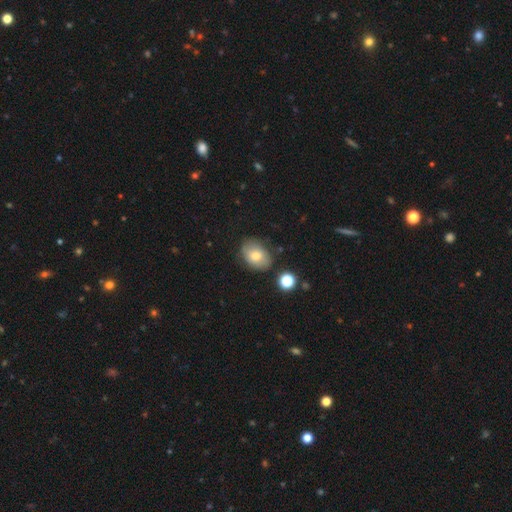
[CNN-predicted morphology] Smooth or featured: smooth — 71% (featured or disk — 20%)
How rounded: in between — 71% (round — 28%)
Merging: none — 74% (minor disturbance — 17%)